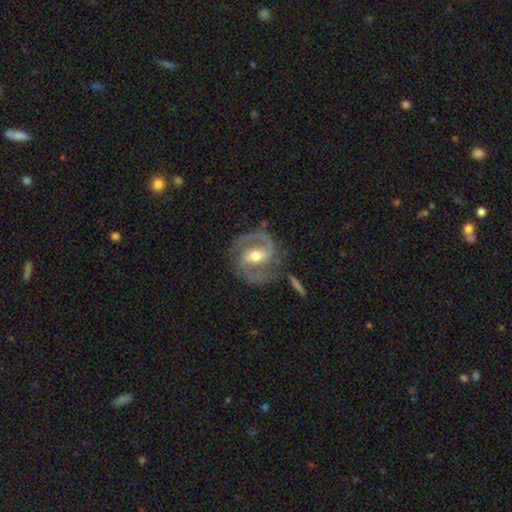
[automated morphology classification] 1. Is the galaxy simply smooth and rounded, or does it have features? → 91% featured or disk, 5% star or artifact, 4% smooth.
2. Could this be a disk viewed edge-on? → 97% no, 3% yes.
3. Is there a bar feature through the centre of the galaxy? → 43% strong, 40% weak, 17% no.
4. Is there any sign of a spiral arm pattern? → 97% yes, 3% no.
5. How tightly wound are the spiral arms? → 56% medium, 34% tight, 11% loose.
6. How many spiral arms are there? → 92% 2, 2% can't tell, 2% 1, 2% 3, 1% 4, 1% more than 4.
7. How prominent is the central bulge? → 66% moderate, 28% small, 3% large, 1% none, 1% dominant.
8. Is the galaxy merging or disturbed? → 79% none, 14% minor disturbance, 5% major disturbance, 3% merger.